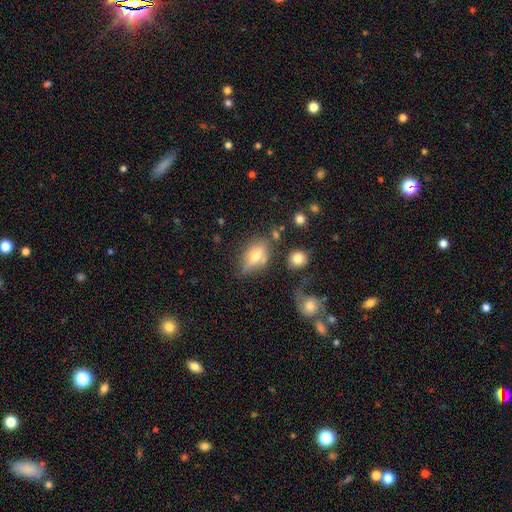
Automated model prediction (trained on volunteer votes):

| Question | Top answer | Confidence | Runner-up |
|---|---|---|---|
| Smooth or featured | smooth | 49% | featured or disk (41%) |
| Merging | none | 60% | minor disturbance (22%) |